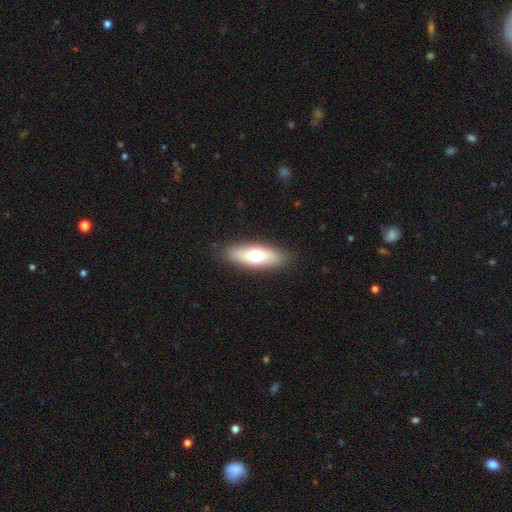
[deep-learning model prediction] Smooth or featured: smooth — 65% (featured or disk — 28%)
How rounded: in between — 68% (cigar-shaped — 29%)
Merging: none — 88% (minor disturbance — 9%)